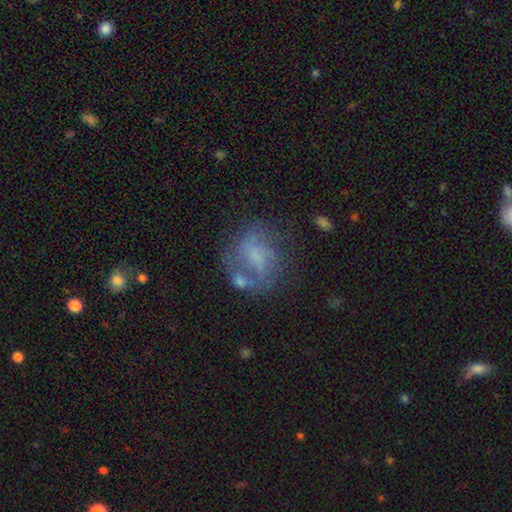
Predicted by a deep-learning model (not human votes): Q: Smooth or featured?
A: featured or disk (52%); runner-up: smooth (36%)
Q: Edge-on disk?
A: no (97%); runner-up: yes (3%)
Q: Bar?
A: no (50%); runner-up: weak (38%)
Q: Spiral arms?
A: yes (63%); runner-up: no (37%)
Q: Bulge size?
A: none (42%); runner-up: small (28%)
Q: Merging?
A: none (49%); runner-up: minor disturbance (21%)